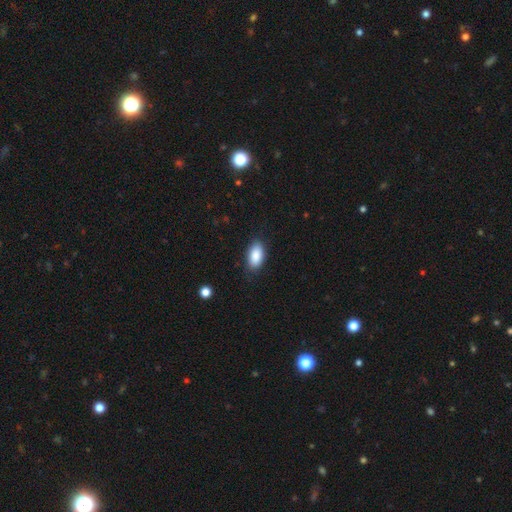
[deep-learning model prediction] A smooth galaxy with no disk features (88%) that is in between round and cigar-shaped (93%). Merging: none (83%).